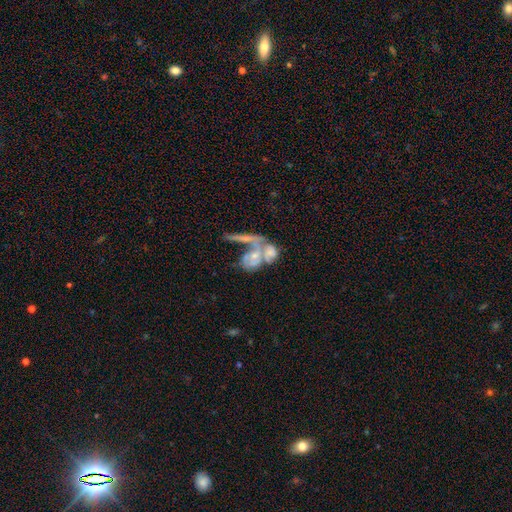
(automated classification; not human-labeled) Morphology: type=featured or disk (62%); edge-on=no (93%); bar=no (79%); spiral arms=no (53%); bulge=small (39%); merging=merger (64%).